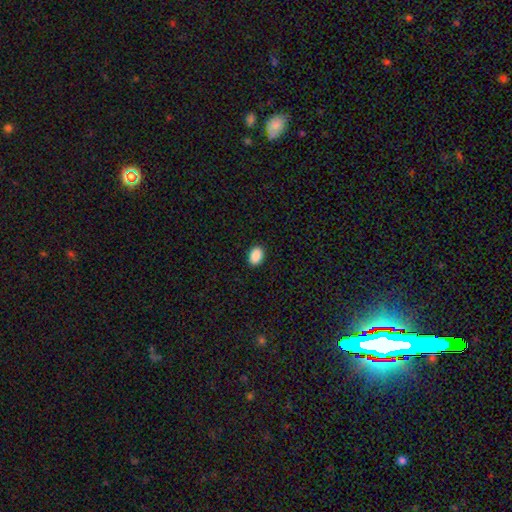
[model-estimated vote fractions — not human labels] Morphology: type=smooth (90%); roundness=in between (80%); merging=none (91%).